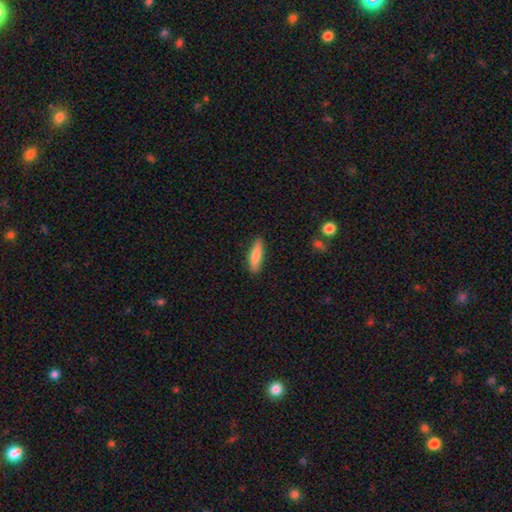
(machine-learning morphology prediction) type=smooth (83%); roundness=cigar-shaped (67%); merging=none (87%).